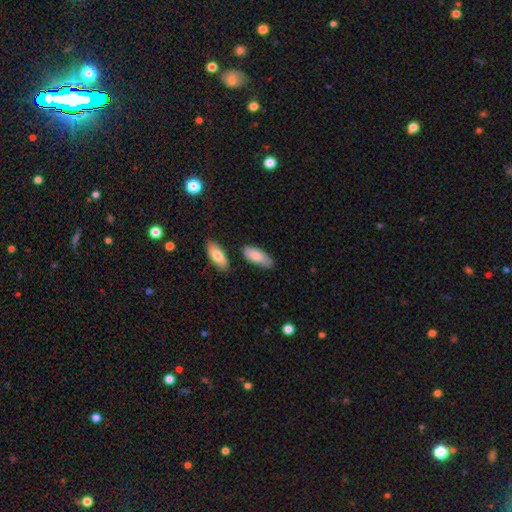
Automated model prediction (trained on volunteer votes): This appears to be a smooth galaxy with no disk features (81%) that is in between round and cigar-shaped (82%). Merging: none (65%).